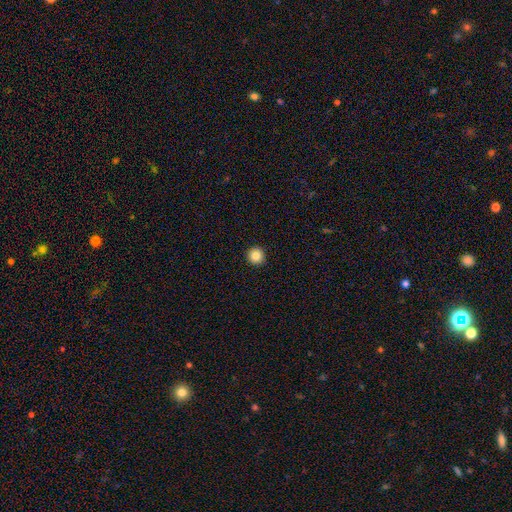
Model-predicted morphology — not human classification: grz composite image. It shows a smooth galaxy with no disk features (85%) that is round (96%). Merging: none (94%).